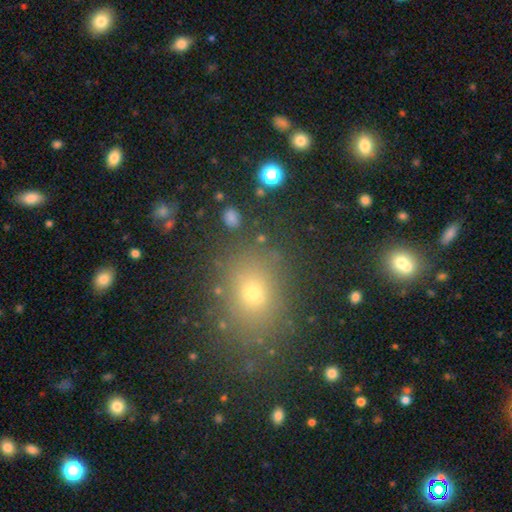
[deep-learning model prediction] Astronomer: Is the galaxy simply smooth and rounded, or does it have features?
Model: smooth — 63%.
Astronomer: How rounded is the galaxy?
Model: in between — 57% (runner-up: round, 42%).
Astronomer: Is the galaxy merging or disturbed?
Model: none — 84%.